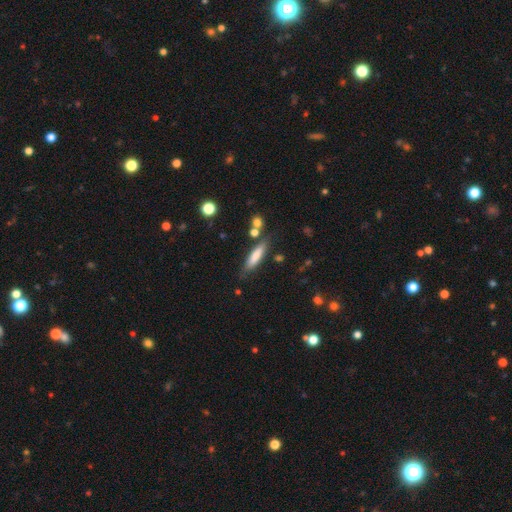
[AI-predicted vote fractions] Smooth or featured: smooth — 71% (featured or disk — 23%)
How rounded: cigar-shaped — 76% (in between — 22%)
Merging: none — 75% (minor disturbance — 15%)